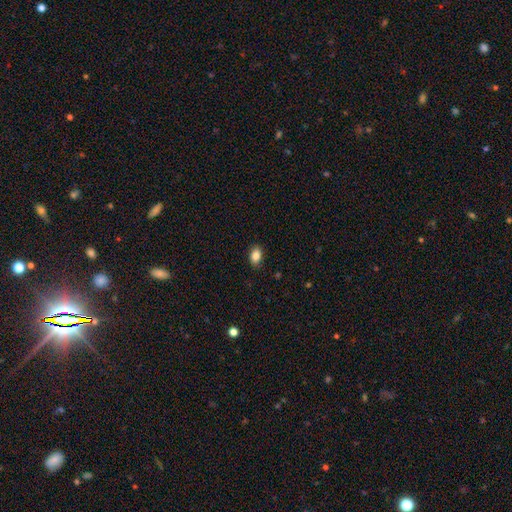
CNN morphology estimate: The model was most divided on "how rounded": in between: 85%, round: 14%, cigar-shaped: 2%. More confident: merging — none (87%); smooth or featured — smooth (85%).